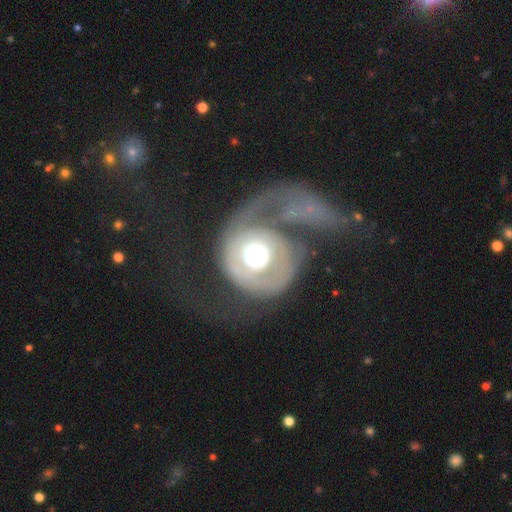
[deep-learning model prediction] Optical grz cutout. It shows a featured or disk galaxy (71%) with no bar (81%), spiral arms (67%) and a moderate central bulge (54%). Merging: major disturbance (53%).